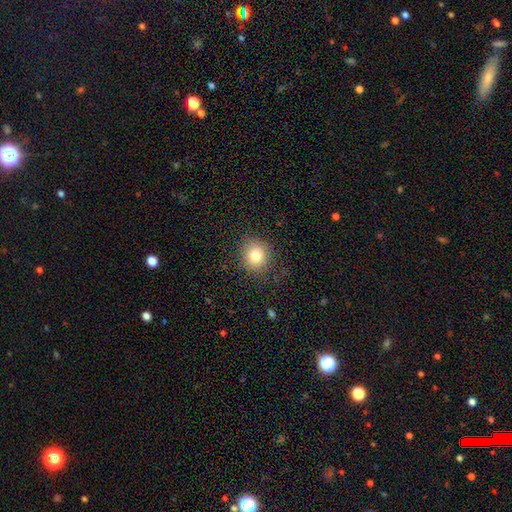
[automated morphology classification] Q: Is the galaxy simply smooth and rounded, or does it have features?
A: smooth — 81%.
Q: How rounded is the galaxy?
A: round — 83%.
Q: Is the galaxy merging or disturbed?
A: none — 84%.